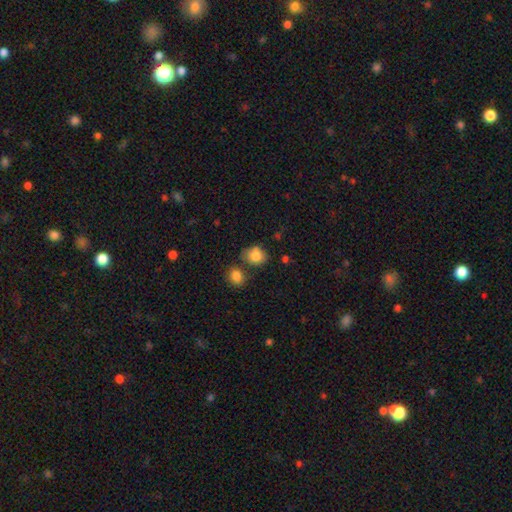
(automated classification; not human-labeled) smooth 82%, star or artifact 9%, featured or disk 9%. Down the decision tree: how rounded — round (57%); merging — none (55%).